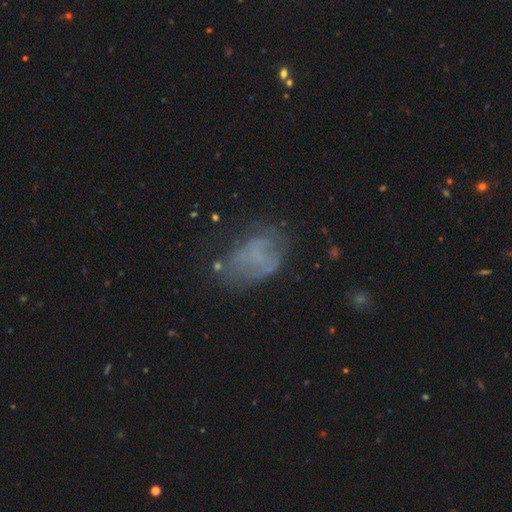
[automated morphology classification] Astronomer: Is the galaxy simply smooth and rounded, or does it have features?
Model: featured or disk — 41% (runner-up: smooth, 40%).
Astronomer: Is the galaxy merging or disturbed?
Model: none — 51%.